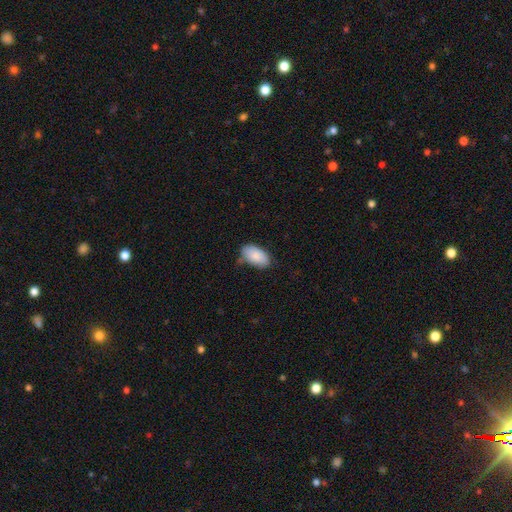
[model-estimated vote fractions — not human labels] Q: Smooth or featured?
A: smooth (86%); runner-up: featured or disk (7%)
Q: How rounded?
A: in between (95%); runner-up: round (3%)
Q: Merging?
A: none (73%); runner-up: minor disturbance (21%)